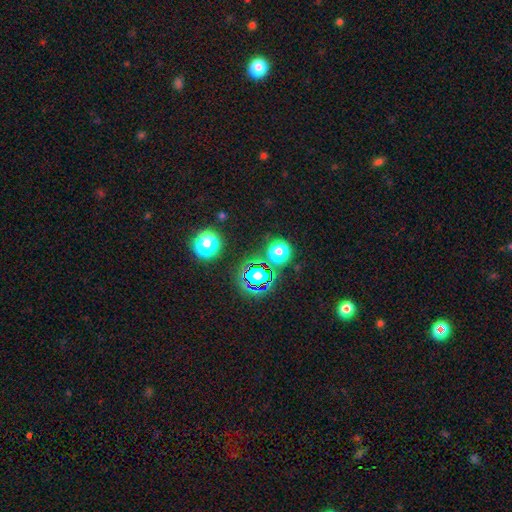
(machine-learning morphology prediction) A star or artifact, not a galaxy (65%).